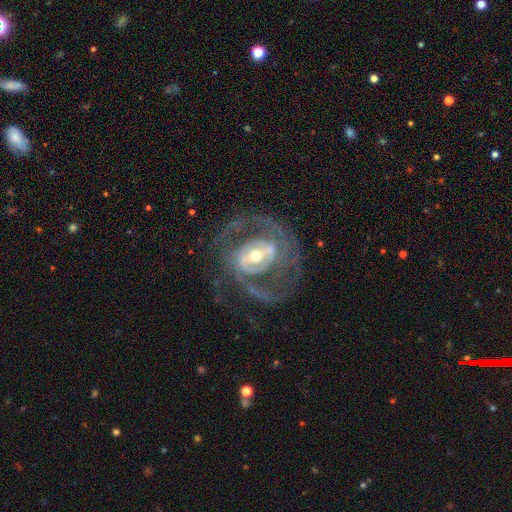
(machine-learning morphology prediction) Smooth or featured?
  - featured or disk: 87% *
  - smooth: 8%
  - star or artifact: 5%
Edge-on disk?
  - no: 96% *
  - yes: 4%
Bar?
  - strong: 44% *
  - weak: 36%
  - no: 19%
Spiral arms?
  - yes: 86% *
  - no: 14%
Spiral winding?
  - medium: 46% *
  - tight: 34%
  - loose: 21%
Spiral arm count?
  - 2: 62% *
  - can't tell: 16%
  - 3: 10%
  - 1: 6%
  - 4: 3%
  - more than 4: 3%
Bulge size?
  - moderate: 61% *
  - small: 30%
  - large: 7%
  - dominant: 1%
  - none: 1%
Merging?
  - none: 59% *
  - major disturbance: 23%
  - minor disturbance: 15%
  - merger: 2%